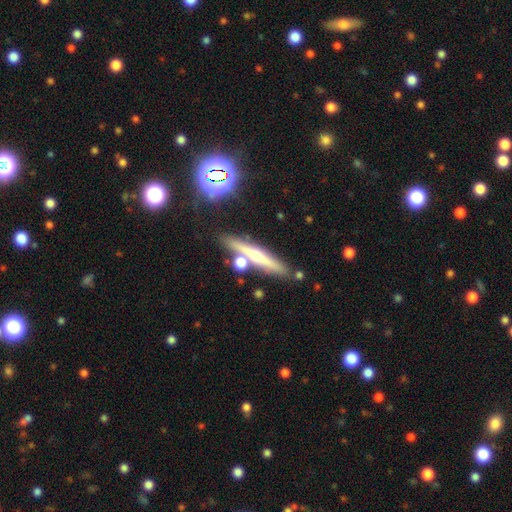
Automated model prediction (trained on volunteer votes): This appears to be a featured or disk galaxy (54%) viewed edge-on (92%). Merging: none (76%).